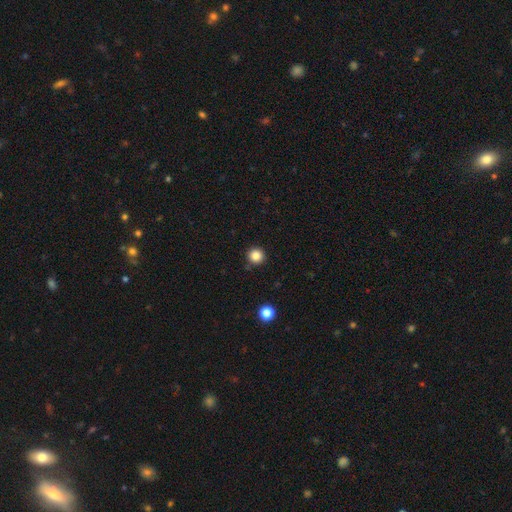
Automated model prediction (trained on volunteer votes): A smooth galaxy with no disk features (84%) that is round (95%). Merging: none (89%).